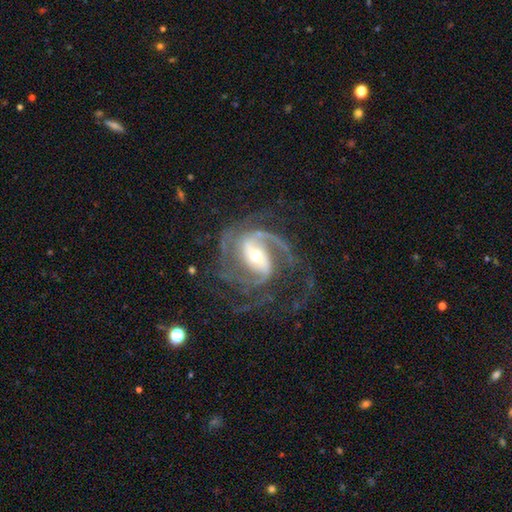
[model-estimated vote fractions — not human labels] The model was most divided on "bulge size": moderate: 50%, small: 41%, large: 6%, dominant: 1%, none: 1%. Remaining: spiral arms — yes (98%); edge-on disk — no (97%); smooth or featured — featured or disk (92%); merging — none (58%); spiral winding — medium (53%); bar — strong (45%); spiral arm count — 2 (42%).